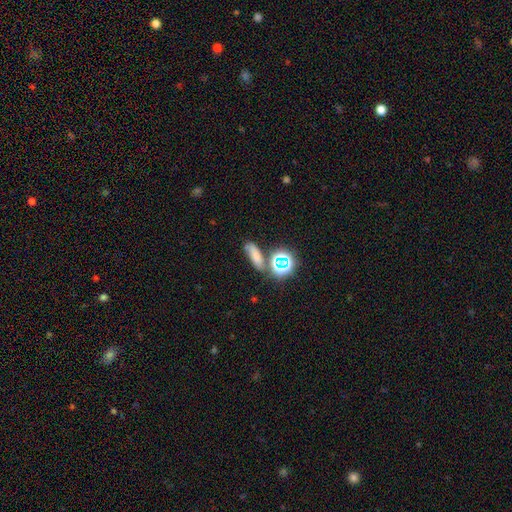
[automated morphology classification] Smooth or featured? Predicted: smooth (p=0.63). How rounded? Predicted: in between (p=0.57). Merging? Predicted: none (p=0.62).